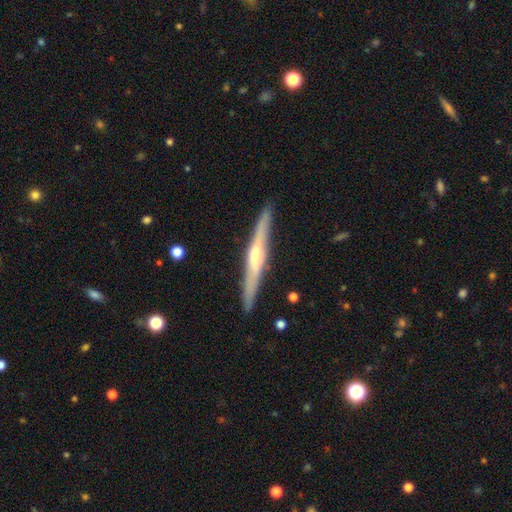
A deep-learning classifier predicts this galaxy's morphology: This is likely a featured or disk galaxy (68%). It is clearly viewed edge-on (97%). Edge-on bulge: likely rounded (71%). Merging: clearly none (90%).